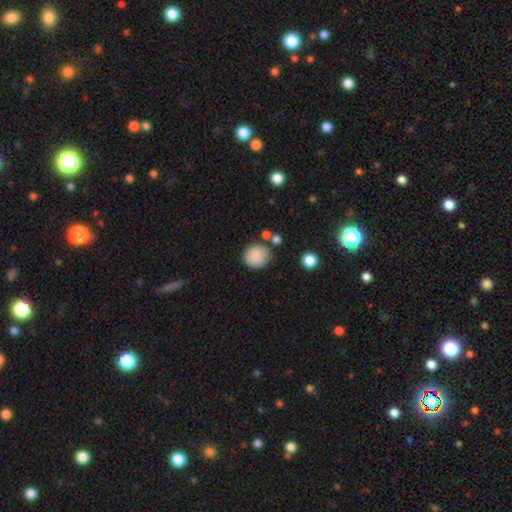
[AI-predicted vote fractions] Smooth or featured: smooth — 86% (star or artifact — 8%)
How rounded: round — 83% (in between — 16%)
Merging: none — 74% (minor disturbance — 14%)